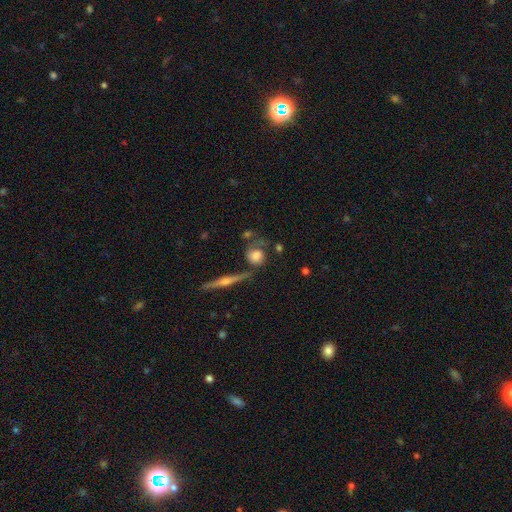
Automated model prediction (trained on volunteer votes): smooth-or-featured: smooth: 58% | featured or disk: 32% | star or artifact: 9%
  how-rounded: round: 77% | in between: 19% | cigar-shaped: 4%
  merging: none: 56% | minor disturbance: 22% | major disturbance: 12% | merger: 11%